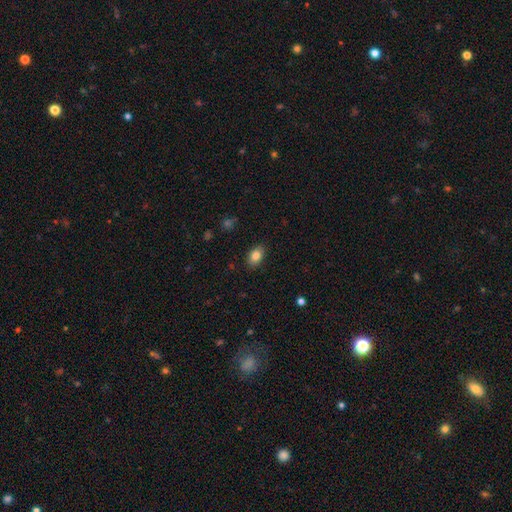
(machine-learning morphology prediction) Smooth or featured? smooth (84%)
How rounded? in between (86%)
Merging? none (87%)